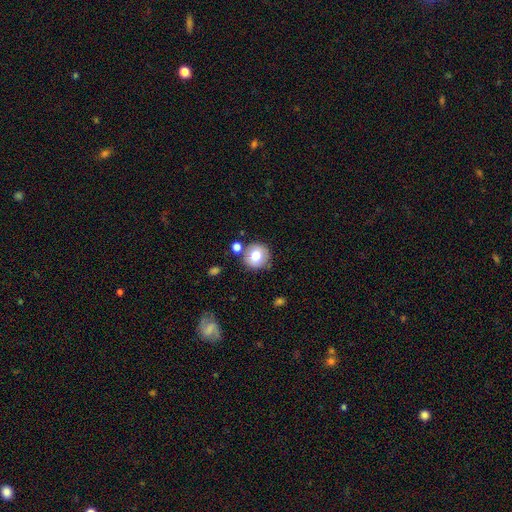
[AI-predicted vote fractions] smooth-or-featured: smooth: 75% | featured or disk: 15% | star or artifact: 10%
  how-rounded: round: 91% | in between: 8% | cigar-shaped: 1%
  merging: none: 75% | minor disturbance: 11% | merger: 10% | major disturbance: 3%